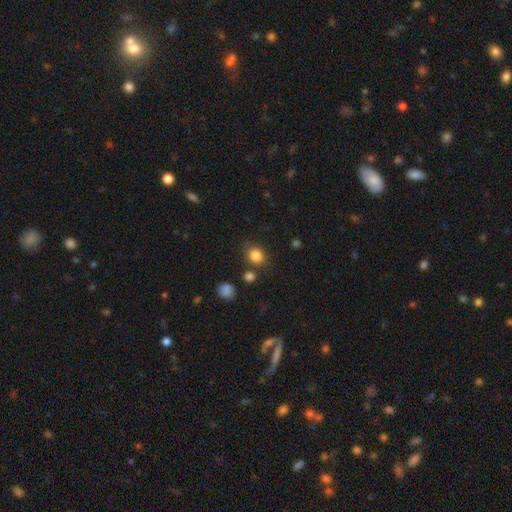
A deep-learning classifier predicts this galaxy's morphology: Smooth or featured?
  - smooth: 84% *
  - star or artifact: 11%
  - featured or disk: 5%
How rounded?
  - round: 60% *
  - in between: 39%
  - cigar-shaped: 1%
Merging?
  - none: 76% *
  - minor disturbance: 13%
  - merger: 7%
  - major disturbance: 4%